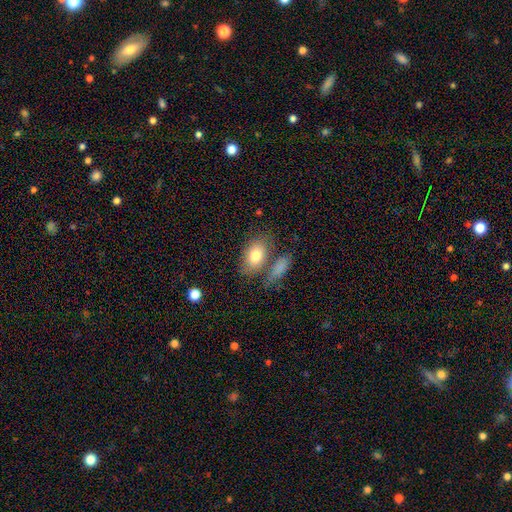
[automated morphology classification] smooth 79%, featured or disk 14%, star or artifact 7%. Down the decision tree: how rounded — in between (85%); merging — none (58%).